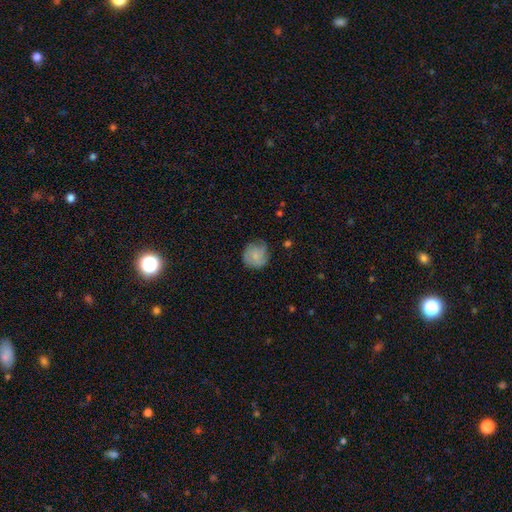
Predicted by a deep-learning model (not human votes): The model was most divided on "merging": none: 63%, minor disturbance: 27%, major disturbance: 8%, merger: 1%. More confident: how rounded — round (89%); smooth or featured — smooth (67%).